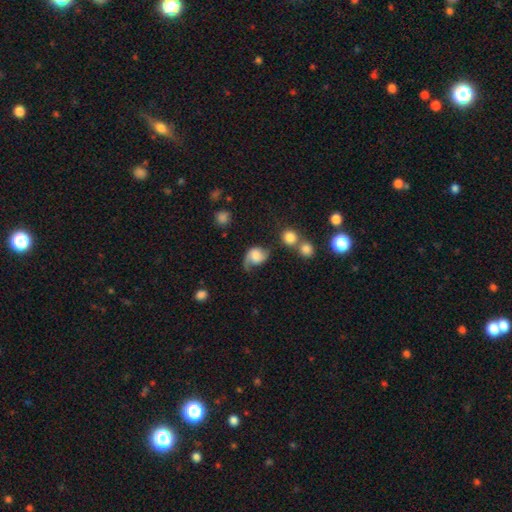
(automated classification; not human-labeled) Smooth or featured? featured or disk (60%)
Edge-on disk? no (97%)
Bar? no (63%)
Spiral arms? yes (92%)
Spiral winding? loose (50%)
Spiral arm count? 2 (53%)
Bulge size? moderate (31%)
Merging? none (40%)